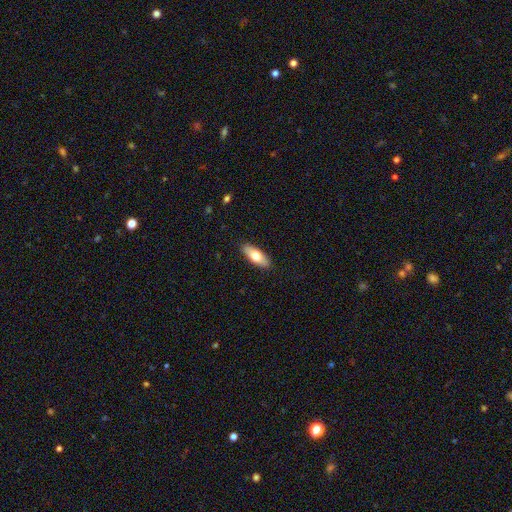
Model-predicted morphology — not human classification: Smooth or featured: smooth — 68% (featured or disk — 26%)
How rounded: in between — 70% (cigar-shaped — 27%)
Merging: none — 89% (minor disturbance — 8%)